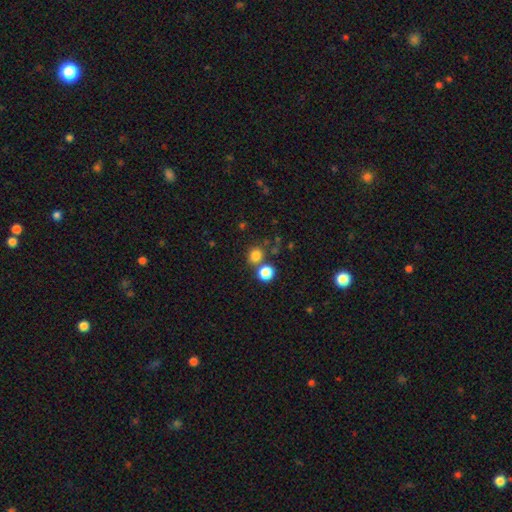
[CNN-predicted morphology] smooth 80%, star or artifact 14%, featured or disk 6%. Down the decision tree: how rounded — round (85%); merging — none (66%).